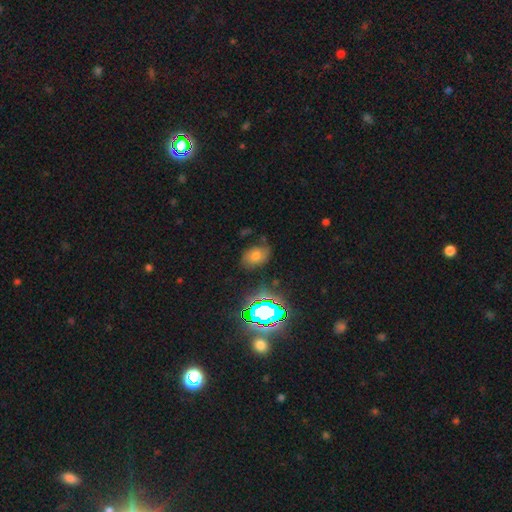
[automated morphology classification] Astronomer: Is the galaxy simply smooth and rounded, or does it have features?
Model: smooth — 52% (runner-up: star or artifact, 30%).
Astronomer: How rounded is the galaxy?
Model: in between — 76%.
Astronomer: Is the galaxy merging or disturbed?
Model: none — 69%.